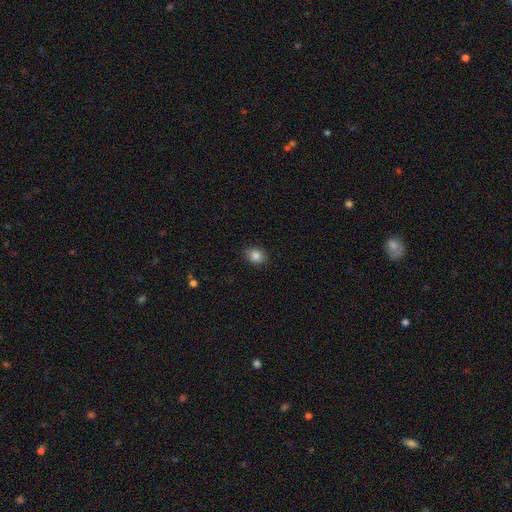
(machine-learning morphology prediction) type=smooth (85%); roundness=in between (53%); merging=none (88%).